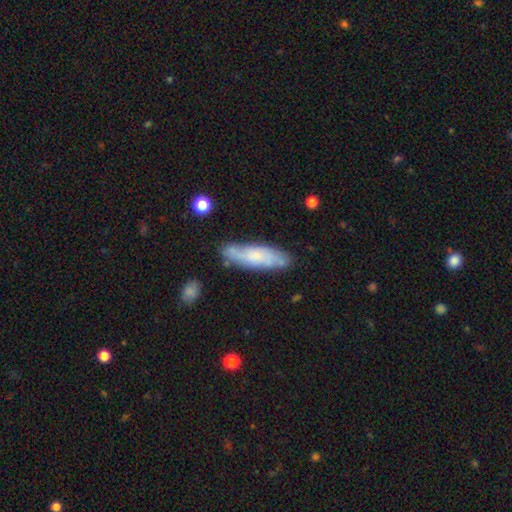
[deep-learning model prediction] Q: Smooth or featured?
A: smooth (47%); runner-up: featured or disk (46%)
Q: Merging?
A: none (72%); runner-up: minor disturbance (19%)